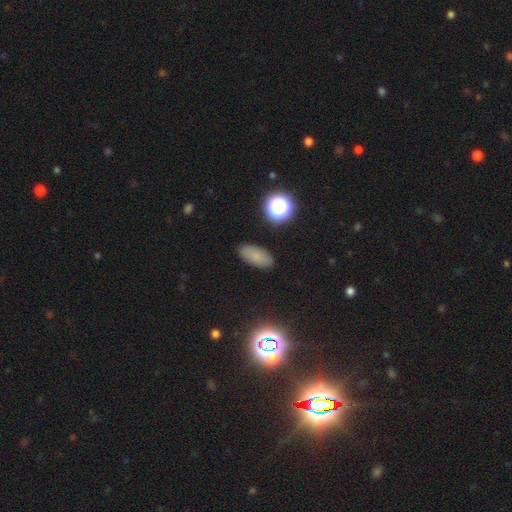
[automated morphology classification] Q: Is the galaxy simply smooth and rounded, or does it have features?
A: smooth — 77%.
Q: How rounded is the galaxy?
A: in between — 88%.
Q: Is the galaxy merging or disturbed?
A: none — 87%.